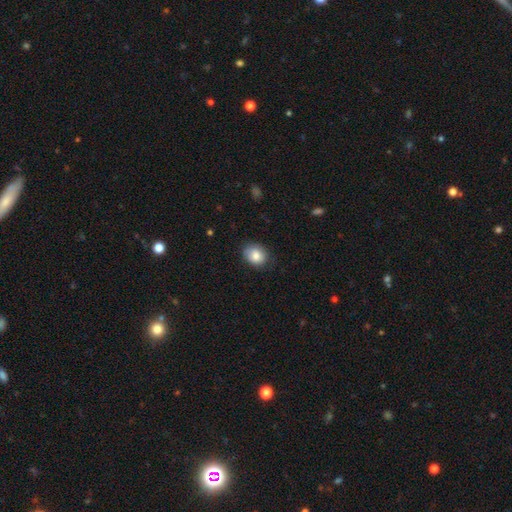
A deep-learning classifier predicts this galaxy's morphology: Overall: smooth (83%). How rounded: in between (51%; round 48%). Merging: none (76%).